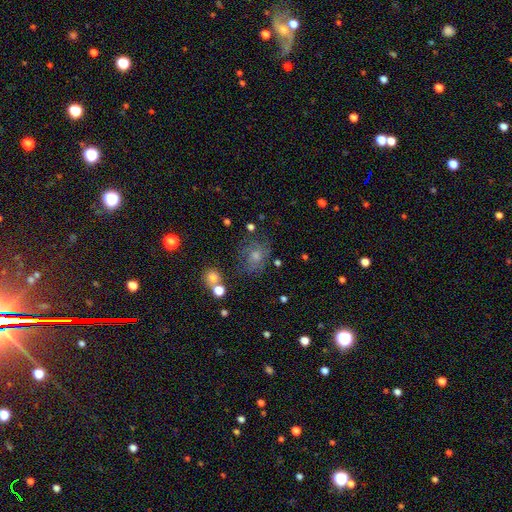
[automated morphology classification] Smooth or featured?
  - smooth: 43% *
  - star or artifact: 29%
  - featured or disk: 27%
Merging?
  - none: 68% *
  - minor disturbance: 17%
  - major disturbance: 9%
  - merger: 5%